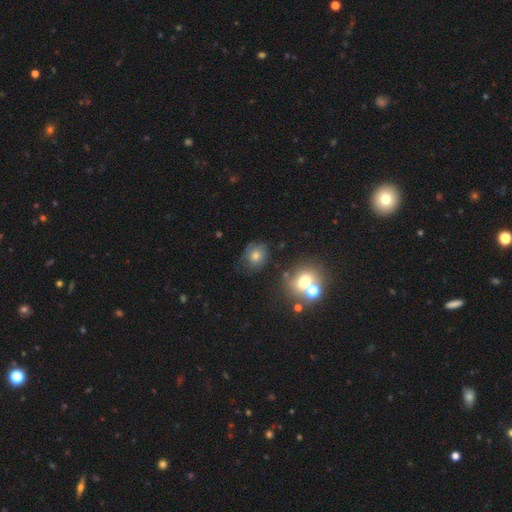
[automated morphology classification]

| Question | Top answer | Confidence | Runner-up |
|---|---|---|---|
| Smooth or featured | smooth | 52% | featured or disk (28%) |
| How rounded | round | 74% | in between (25%) |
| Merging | none | 69% | minor disturbance (19%) |